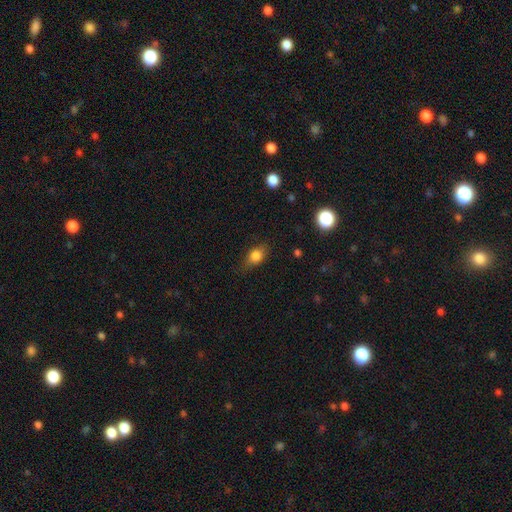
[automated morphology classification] A smooth galaxy with no disk features (78%) that is in between round and cigar-shaped (70%).

Vote fractions:
- Smooth or featured? smooth: 78% / featured or disk: 12% / star or artifact: 10%
- How rounded? in between: 70% / round: 25% / cigar-shaped: 5%
- Merging? none: 73% / minor disturbance: 20% / major disturbance: 6% / merger: 1%